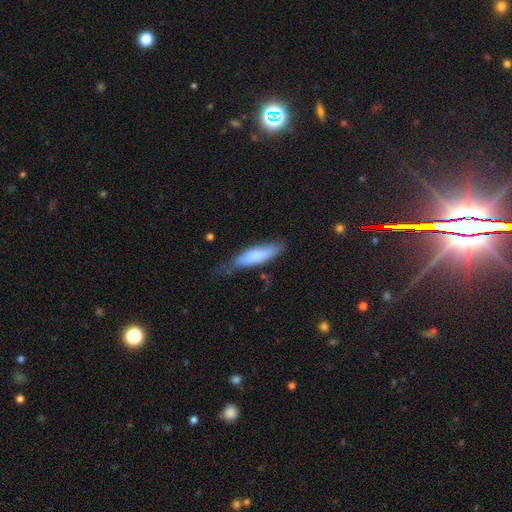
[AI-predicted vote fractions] Overall: smooth (74%). How rounded: cigar-shaped (65%; in between 34%). Merging: none (53%; minor disturbance 34%).